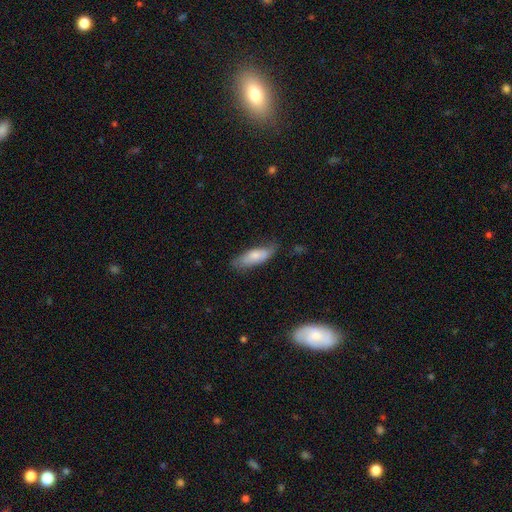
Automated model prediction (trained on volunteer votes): The model was most divided on "how rounded": in between: 60%, cigar-shaped: 38%, round: 2%. More confident: smooth or featured — smooth (74%); merging — none (65%).